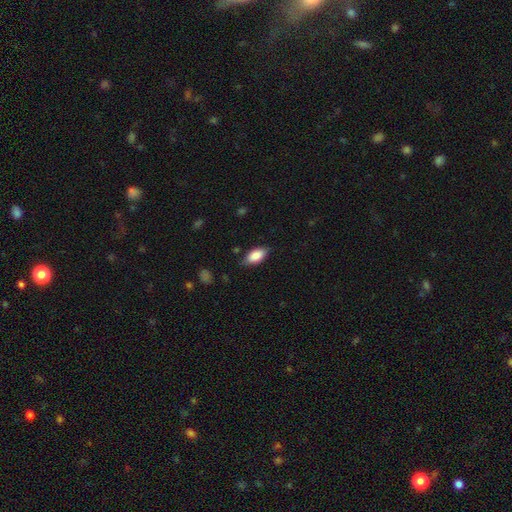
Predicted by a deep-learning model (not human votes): This is clearly a smooth galaxy (84%). How rounded: clearly in between (91%). Merging: likely none (78%).